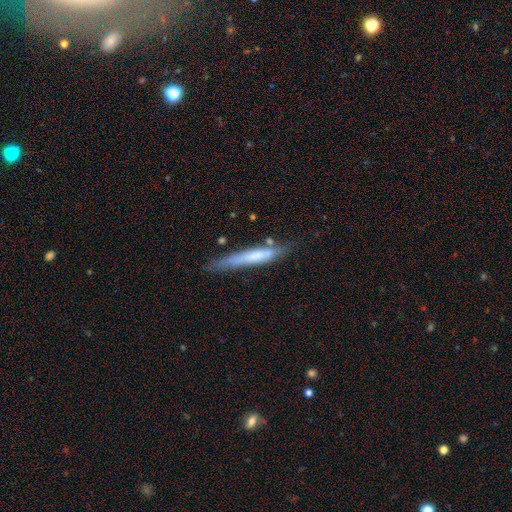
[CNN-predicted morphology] Smooth or featured?
  - smooth: 51% *
  - featured or disk: 43%
  - star or artifact: 6%
How rounded?
  - cigar-shaped: 94% *
  - in between: 5%
  - round: 1%
Merging?
  - none: 69% *
  - minor disturbance: 21%
  - merger: 5%
  - major disturbance: 5%